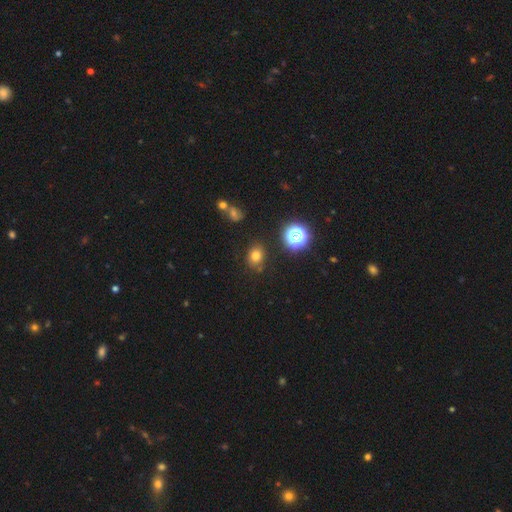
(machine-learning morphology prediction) Overall: smooth (73%). How rounded: round (51%; in between 48%). Merging: none (80%).